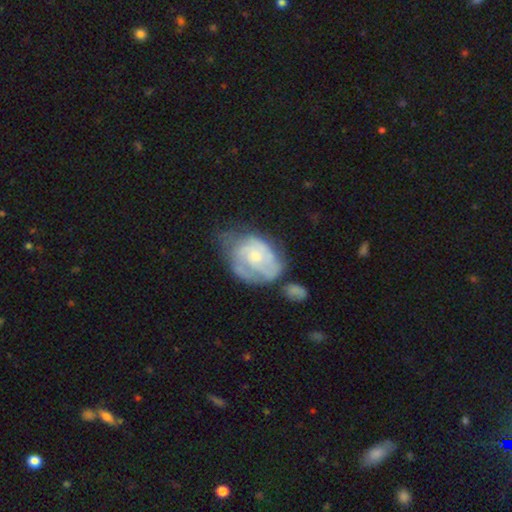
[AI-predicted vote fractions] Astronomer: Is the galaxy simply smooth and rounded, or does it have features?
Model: featured or disk — 67%.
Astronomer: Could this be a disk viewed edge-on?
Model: no — 97%.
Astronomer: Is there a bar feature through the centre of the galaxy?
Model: no — 75%.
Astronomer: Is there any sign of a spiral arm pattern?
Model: yes — 74%.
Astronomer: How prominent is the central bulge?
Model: moderate — 46% (runner-up: small, 43%).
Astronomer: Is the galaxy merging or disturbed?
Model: none — 38% (runner-up: minor disturbance, 32%).